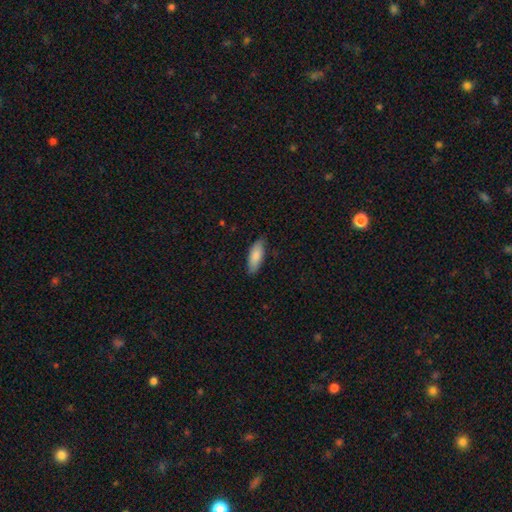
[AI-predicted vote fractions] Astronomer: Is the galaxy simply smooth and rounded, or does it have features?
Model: smooth — 85%.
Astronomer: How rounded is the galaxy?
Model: in between — 74%.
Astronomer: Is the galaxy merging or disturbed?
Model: none — 82%.